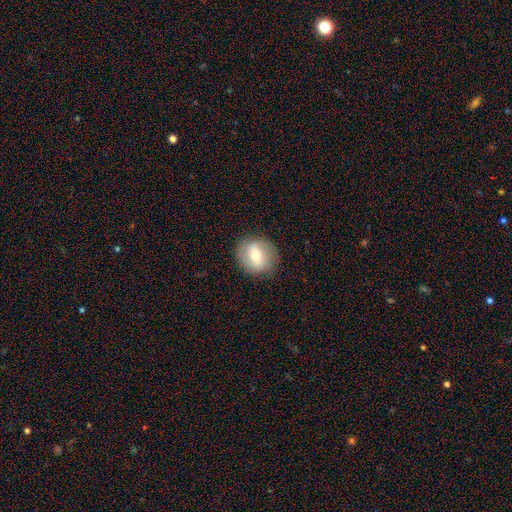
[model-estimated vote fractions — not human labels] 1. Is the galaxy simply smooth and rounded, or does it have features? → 53% smooth, 39% featured or disk, 8% star or artifact.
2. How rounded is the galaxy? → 83% round, 16% in between, 1% cigar-shaped.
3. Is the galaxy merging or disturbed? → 86% none, 10% minor disturbance, 3% major disturbance, 1% merger.